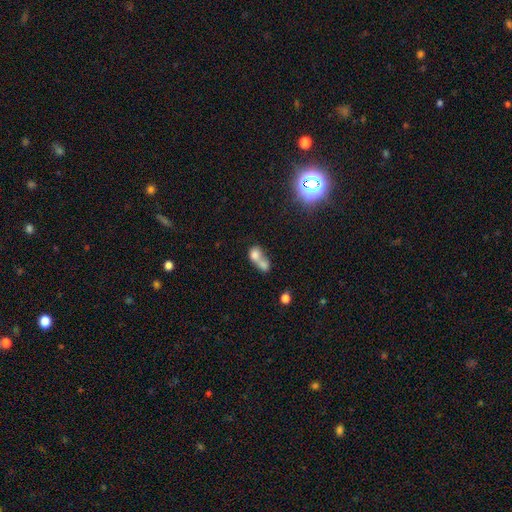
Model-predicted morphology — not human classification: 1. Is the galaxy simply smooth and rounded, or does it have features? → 69% smooth, 19% featured or disk, 13% star or artifact.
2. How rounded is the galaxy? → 49% in between, 48% round, 3% cigar-shaped.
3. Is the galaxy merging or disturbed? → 74% merger, 17% none, 5% minor disturbance, 5% major disturbance.